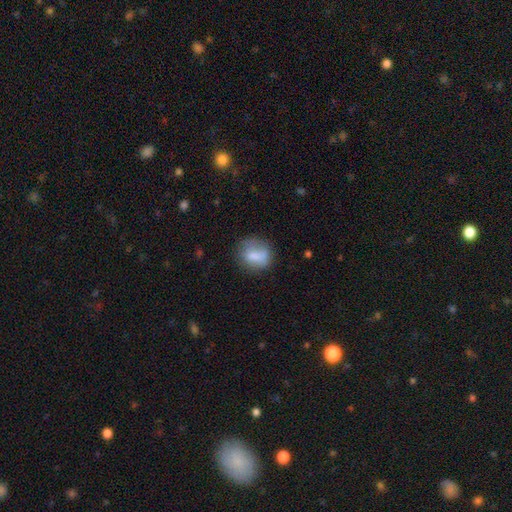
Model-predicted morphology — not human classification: smooth-or-featured: smooth: 74% | featured or disk: 17% | star or artifact: 9%
  how-rounded: round: 64% | in between: 34% | cigar-shaped: 2%
  merging: none: 60% | minor disturbance: 25% | major disturbance: 12% | merger: 4%